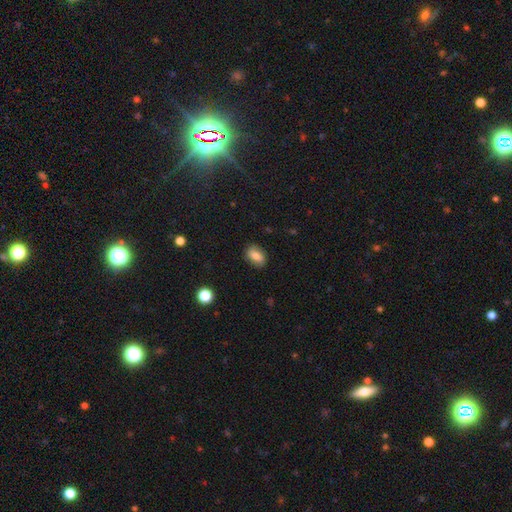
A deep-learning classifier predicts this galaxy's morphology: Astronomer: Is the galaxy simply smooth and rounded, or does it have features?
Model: smooth — 77%.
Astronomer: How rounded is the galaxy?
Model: in between — 84%.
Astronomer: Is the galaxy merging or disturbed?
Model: none — 83%.